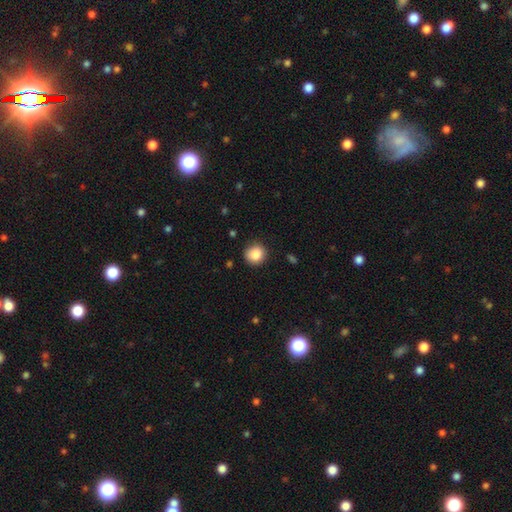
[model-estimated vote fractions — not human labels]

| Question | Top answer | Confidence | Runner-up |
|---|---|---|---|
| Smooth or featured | smooth | 86% | star or artifact (9%) |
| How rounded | round | 90% | in between (9%) |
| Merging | none | 87% | minor disturbance (10%) |